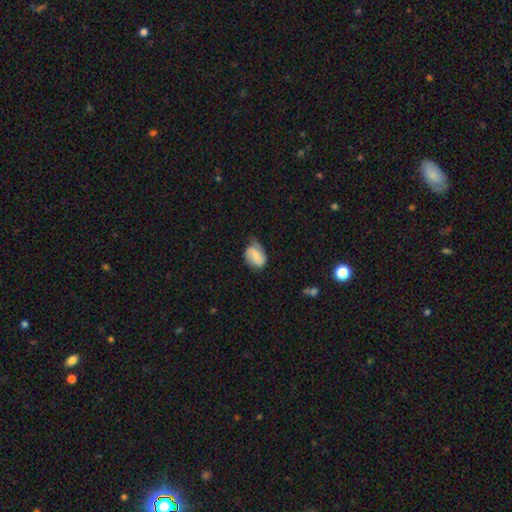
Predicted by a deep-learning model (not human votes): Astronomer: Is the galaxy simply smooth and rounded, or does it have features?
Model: smooth — 47% (runner-up: featured or disk, 46%).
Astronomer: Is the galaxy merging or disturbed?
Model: none — 53% (runner-up: minor disturbance, 35%).